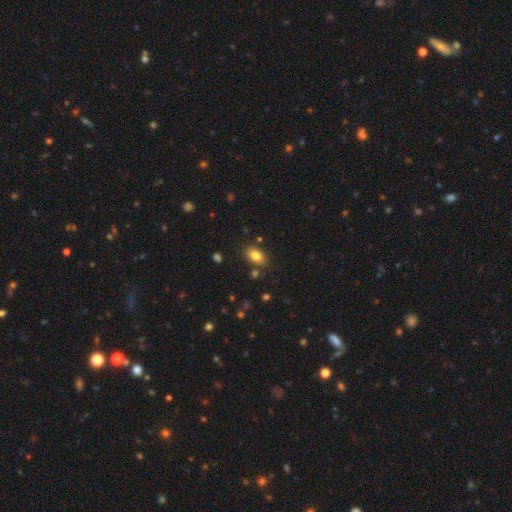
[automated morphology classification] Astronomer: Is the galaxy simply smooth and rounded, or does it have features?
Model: smooth — 81%.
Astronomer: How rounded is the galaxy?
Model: in between — 85%.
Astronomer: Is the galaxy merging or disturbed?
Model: none — 80%.